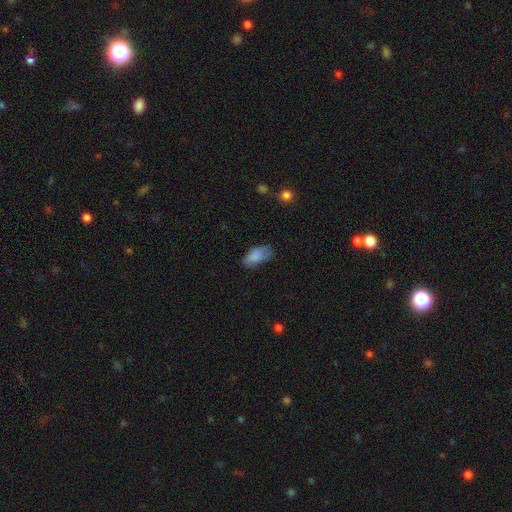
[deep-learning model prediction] Smooth or featured? smooth (80%)
How rounded? in between (92%)
Merging? none (63%)